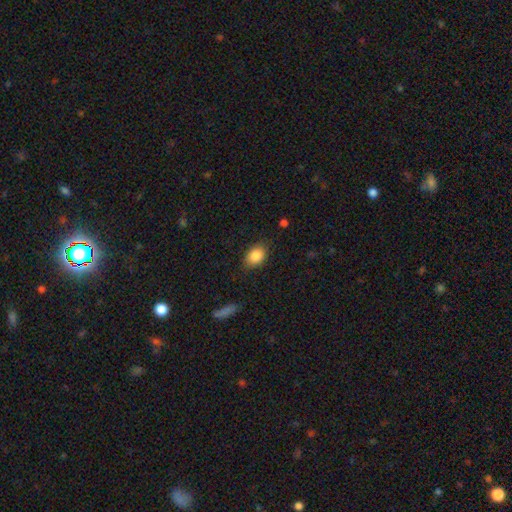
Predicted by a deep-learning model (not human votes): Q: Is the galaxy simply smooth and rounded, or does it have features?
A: smooth — 86%.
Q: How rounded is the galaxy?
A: in between — 76%.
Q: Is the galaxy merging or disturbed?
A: none — 82%.